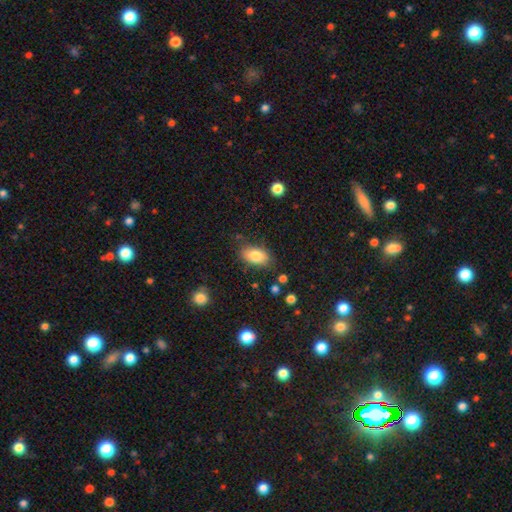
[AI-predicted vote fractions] Smooth or featured: smooth — 81% (featured or disk — 11%)
How rounded: in between — 91% (round — 6%)
Merging: none — 78% (minor disturbance — 15%)